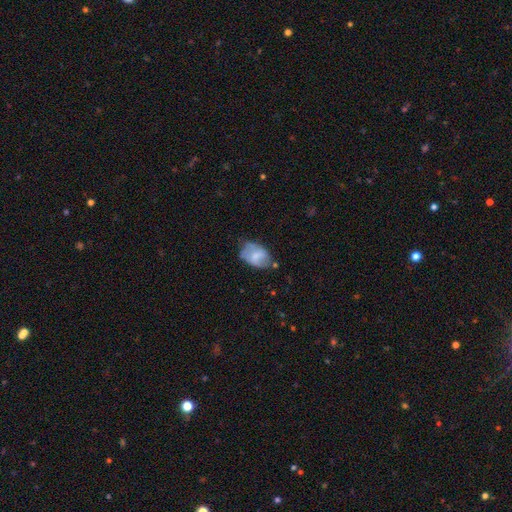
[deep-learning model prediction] Morphology: type=smooth (62%); roundness=in between (86%); merging=none (47%).